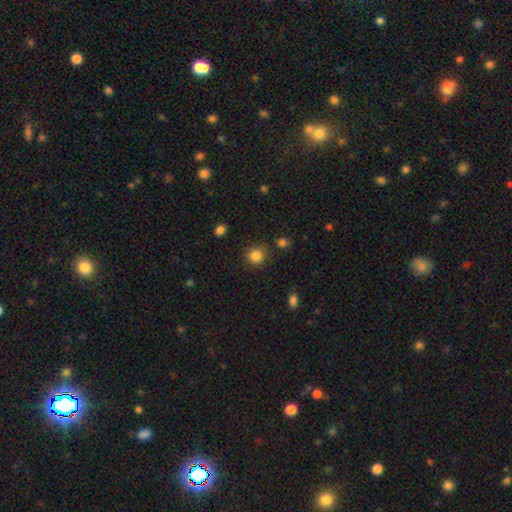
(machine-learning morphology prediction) Q: Smooth or featured?
A: smooth (85%); runner-up: star or artifact (11%)
Q: How rounded?
A: round (90%); runner-up: in between (9%)
Q: Merging?
A: none (83%); runner-up: minor disturbance (10%)